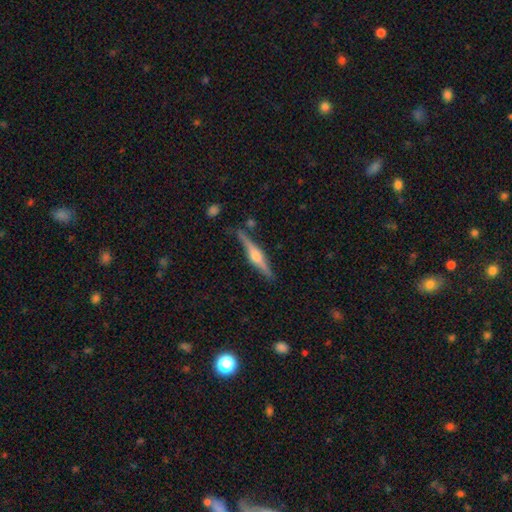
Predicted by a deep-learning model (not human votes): smooth_or_featured: featured or disk (p=0.80) [alt: smooth p=0.14]
disk_edge_on: yes (p=0.98) [alt: no p=0.02]
edge_on_bulge: rounded (p=0.92) [alt: boxy p=0.06]
merging: none (p=0.85) [alt: minor disturbance p=0.10]